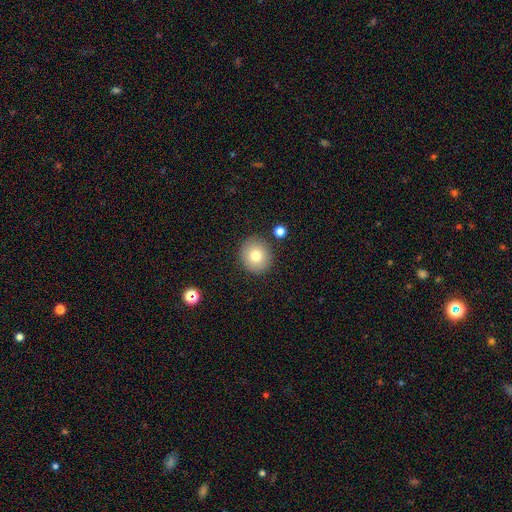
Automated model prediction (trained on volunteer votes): This appears to be a smooth galaxy with no disk features (77%) that is round (86%). Merging: none (87%).